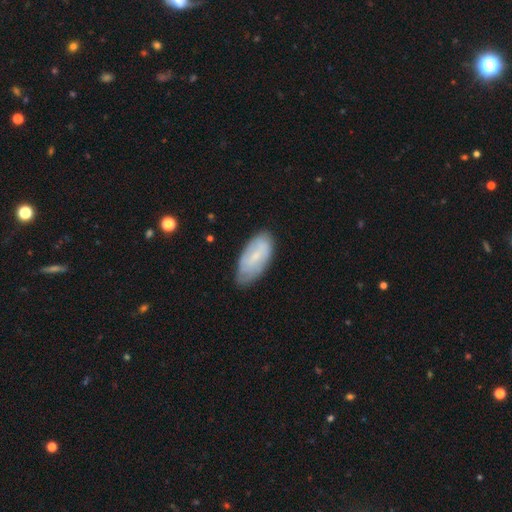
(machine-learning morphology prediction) smooth_or_featured: smooth (p=0.56) [alt: featured or disk p=0.38]
how_rounded: in between (p=0.90) [alt: cigar-shaped p=0.07]
merging: none (p=0.67) [alt: minor disturbance p=0.26]